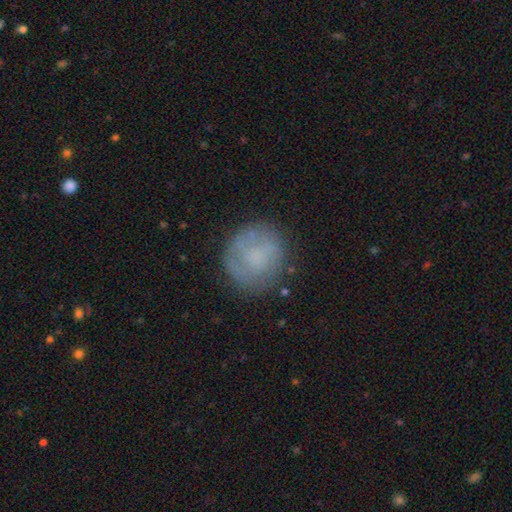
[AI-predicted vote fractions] Overall: smooth (55%; featured or disk 35%). How rounded: round (86%). Merging: none (74%).